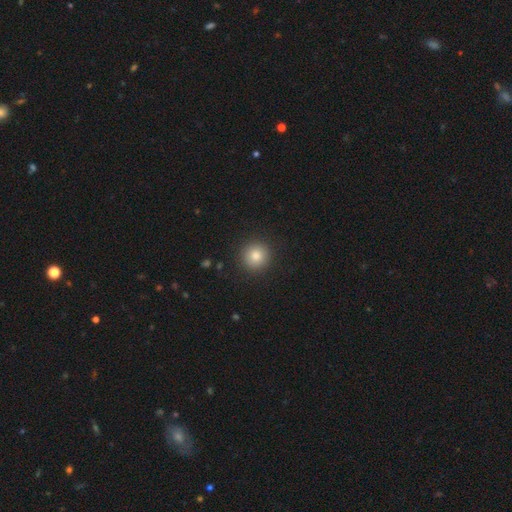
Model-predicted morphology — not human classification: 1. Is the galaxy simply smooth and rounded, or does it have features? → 82% smooth, 11% star or artifact, 6% featured or disk.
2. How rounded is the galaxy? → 94% round, 5% in between, 1% cigar-shaped.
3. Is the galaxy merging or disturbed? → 92% none, 5% minor disturbance, 2% major disturbance, 1% merger.